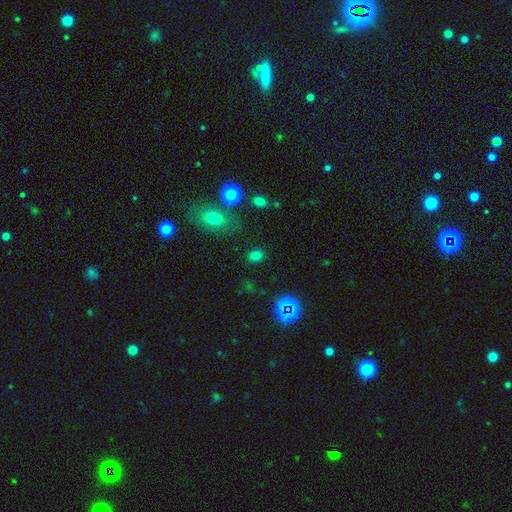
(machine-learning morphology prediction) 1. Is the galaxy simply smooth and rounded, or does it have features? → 75% smooth, 19% star or artifact, 6% featured or disk.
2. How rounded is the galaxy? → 54% in between, 44% round, 1% cigar-shaped.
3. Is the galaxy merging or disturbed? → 83% none, 10% minor disturbance, 3% major disturbance, 3% merger.